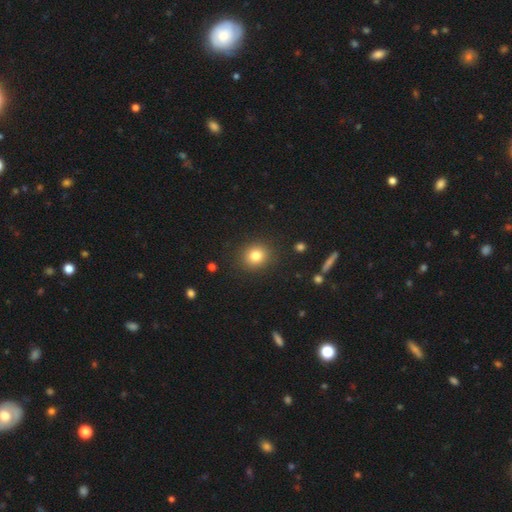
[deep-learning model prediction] This is clearly a smooth galaxy (81%). How rounded: likely round (79%). Merging: clearly none (89%).